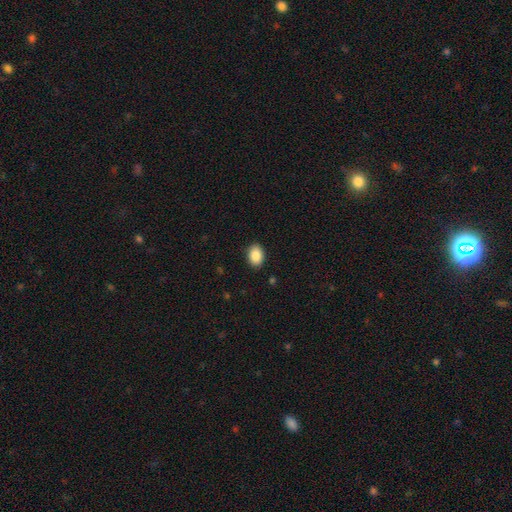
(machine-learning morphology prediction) type=smooth (88%); roundness=in between (77%); merging=none (90%).